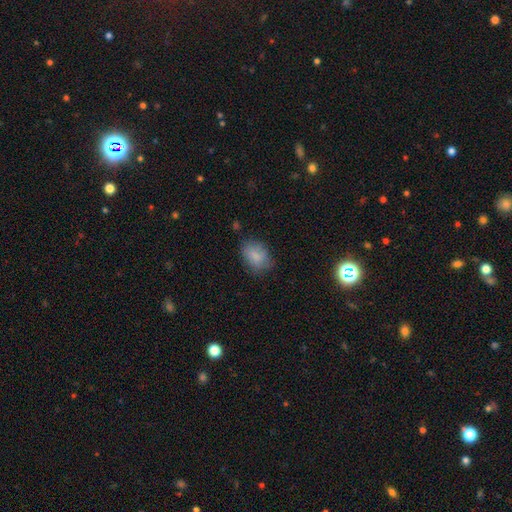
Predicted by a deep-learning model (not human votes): A smooth galaxy with no disk features (82%) that is in between round and cigar-shaped (78%). Merging: none (71%).